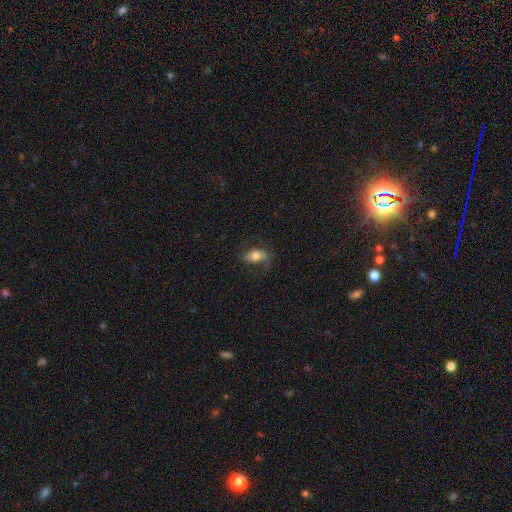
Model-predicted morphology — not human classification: Smooth or featured? Predicted: smooth (p=0.65). How rounded? Predicted: in between (p=0.87). Merging? Predicted: none (p=0.65).